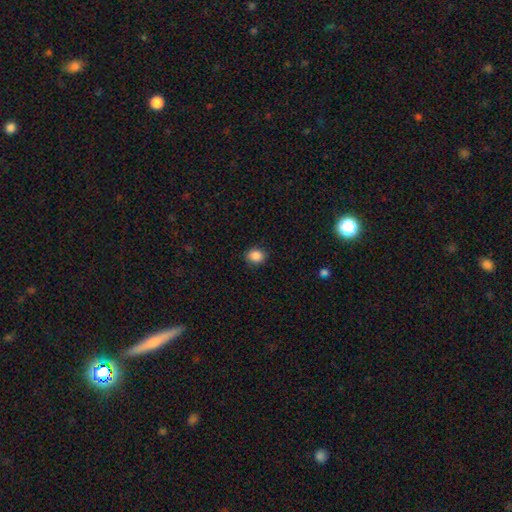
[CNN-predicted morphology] This appears to be a smooth galaxy with no disk features (87%) that is round (59%). Merging: none (89%).